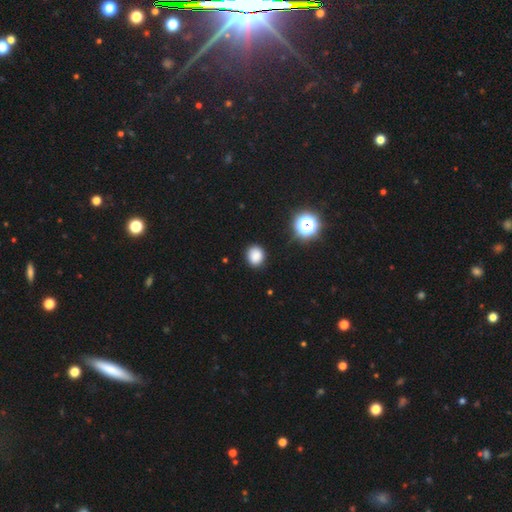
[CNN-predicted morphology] The model was most divided on "how rounded": round: 68%, in between: 31%, cigar-shaped: 1%. More confident: merging — none (87%); smooth or featured — smooth (83%).